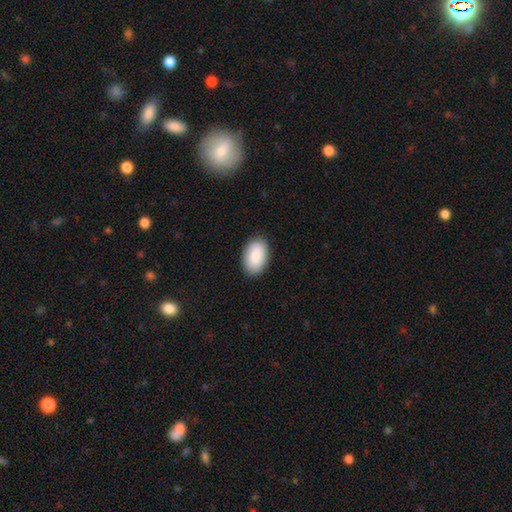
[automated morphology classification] smooth 88%, featured or disk 6%, star or artifact 6%. Down the decision tree: how rounded — in between (93%); merging — none (89%).